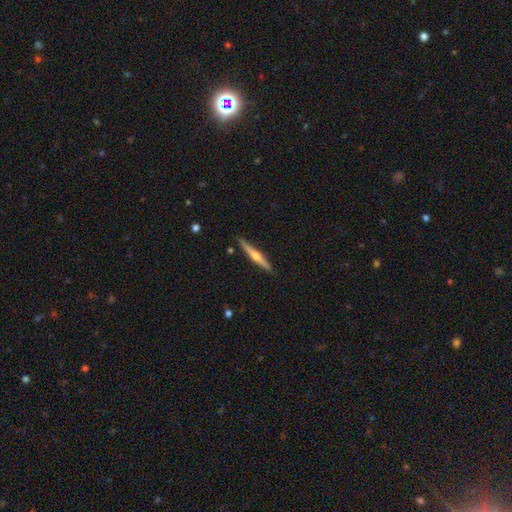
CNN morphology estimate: Q: Smooth or featured?
A: featured or disk (70%); runner-up: smooth (26%)
Q: Edge-on disk?
A: yes (98%); runner-up: no (2%)
Q: Edge-on bulge?
A: rounded (88%); runner-up: none (7%)
Q: Merging?
A: none (90%); runner-up: minor disturbance (7%)